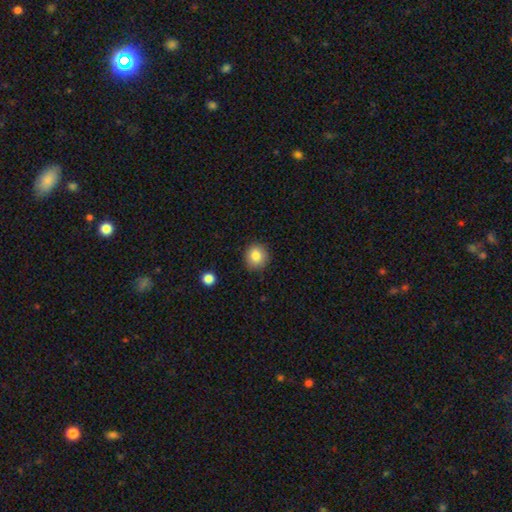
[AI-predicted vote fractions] smooth_or_featured: smooth (p=0.84) [alt: star or artifact p=0.09]
how_rounded: round (p=0.88) [alt: in between p=0.11]
merging: none (p=0.88) [alt: minor disturbance p=0.09]